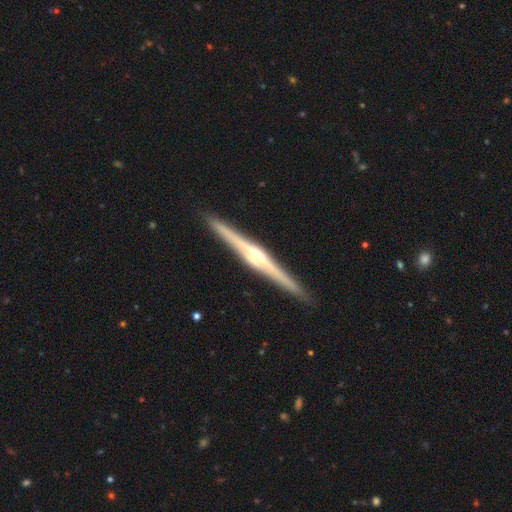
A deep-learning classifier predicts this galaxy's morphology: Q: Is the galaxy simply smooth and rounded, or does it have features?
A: featured or disk — 87%.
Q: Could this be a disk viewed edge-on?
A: yes — 99%.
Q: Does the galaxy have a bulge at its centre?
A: rounded — 77%.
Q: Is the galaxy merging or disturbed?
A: none — 93%.